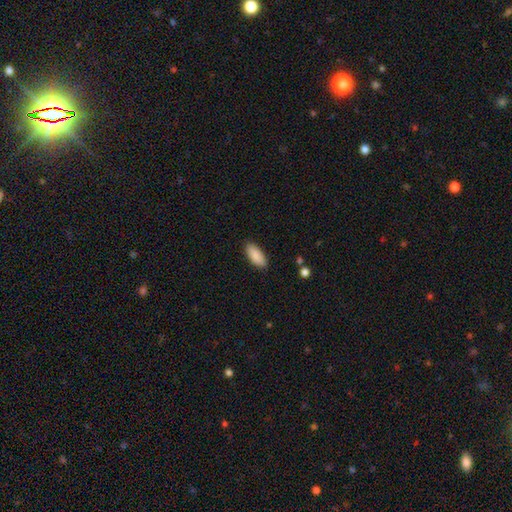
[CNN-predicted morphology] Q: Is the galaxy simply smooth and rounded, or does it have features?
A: smooth — 90%.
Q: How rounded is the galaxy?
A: in between — 84%.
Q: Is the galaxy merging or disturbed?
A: none — 88%.